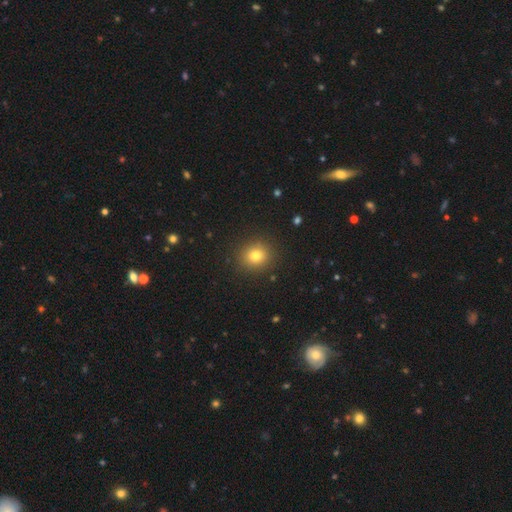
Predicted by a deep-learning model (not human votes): smooth 79%, star or artifact 13%, featured or disk 8%. Down the decision tree: how rounded — round (81%); merging — none (89%).